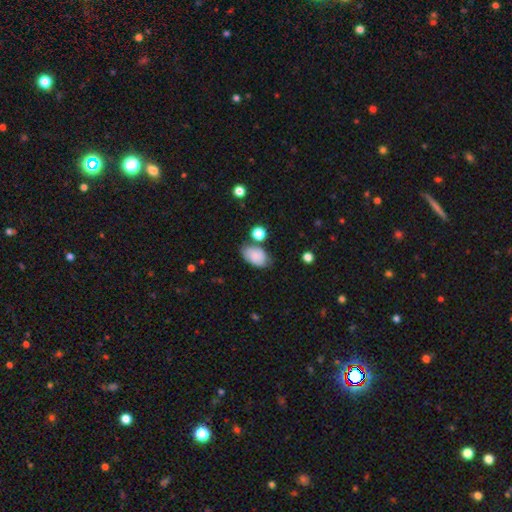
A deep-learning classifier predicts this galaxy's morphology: A smooth galaxy with no disk features (80%) that is in between round and cigar-shaped (89%). Merging: none (62%).